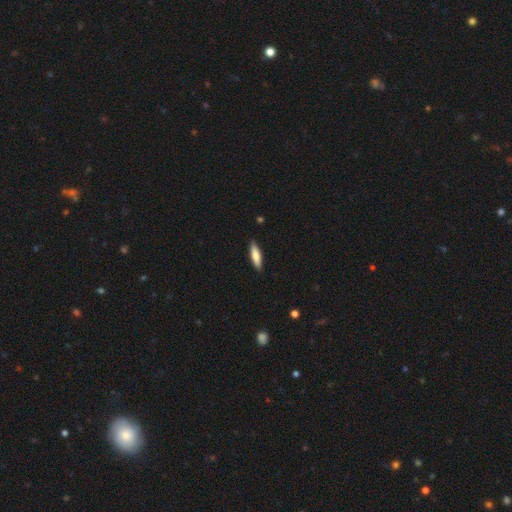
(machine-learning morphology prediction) Smooth or featured?
  - smooth: 75% *
  - featured or disk: 19%
  - star or artifact: 5%
How rounded?
  - cigar-shaped: 69% *
  - in between: 29%
  - round: 2%
Merging?
  - none: 89% *
  - minor disturbance: 8%
  - major disturbance: 2%
  - merger: 1%